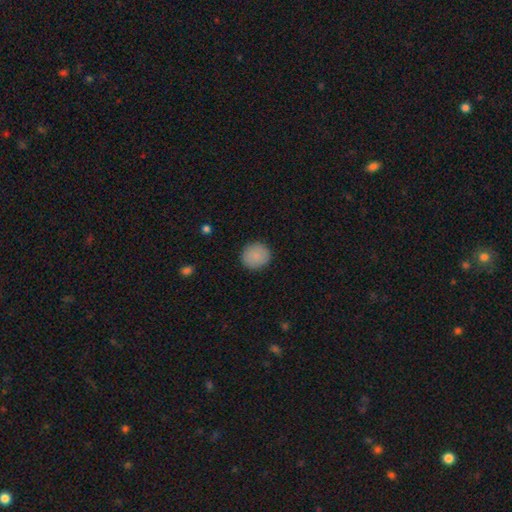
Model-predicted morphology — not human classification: Smooth or featured?
  - smooth: 88% *
  - star or artifact: 8%
  - featured or disk: 4%
How rounded?
  - round: 89% *
  - in between: 10%
  - cigar-shaped: 1%
Merging?
  - none: 90% *
  - minor disturbance: 7%
  - major disturbance: 2%
  - merger: 1%